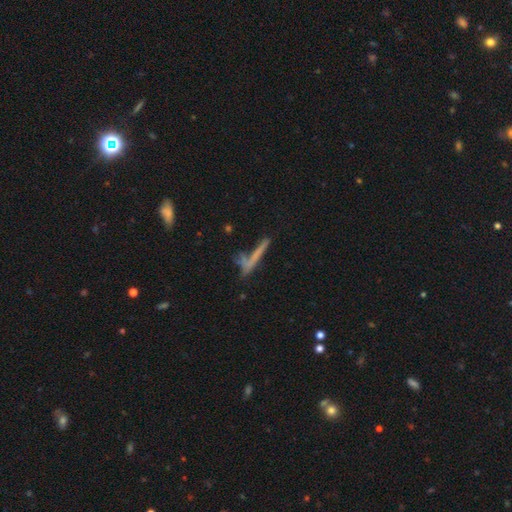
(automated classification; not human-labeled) A smooth galaxy with no disk features (53%) that is cigar-shaped (90%). Merging: none (55%).